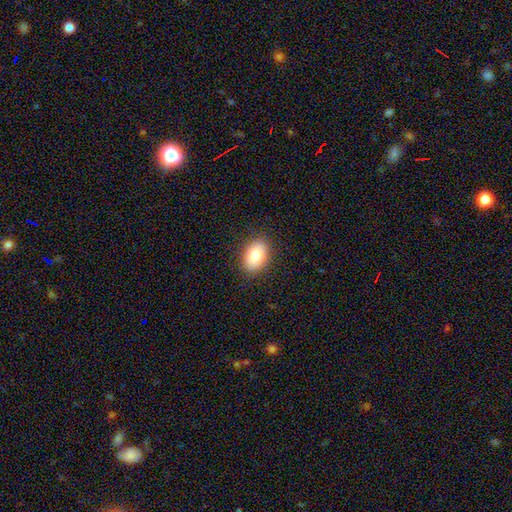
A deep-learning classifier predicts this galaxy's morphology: Smooth or featured? smooth (84%)
How rounded? in between (88%)
Merging? none (88%)